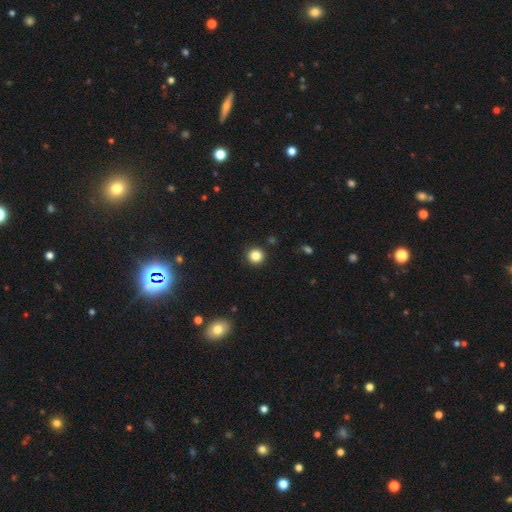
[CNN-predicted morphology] This appears to be a smooth galaxy with no disk features (84%) that is round (94%). Merging: none (92%).